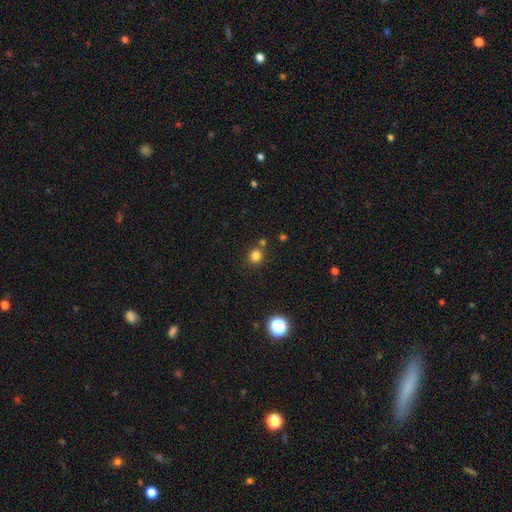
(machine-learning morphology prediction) This is clearly a smooth galaxy (81%). How rounded: clearly round (91%). Merging: likely none (78%).